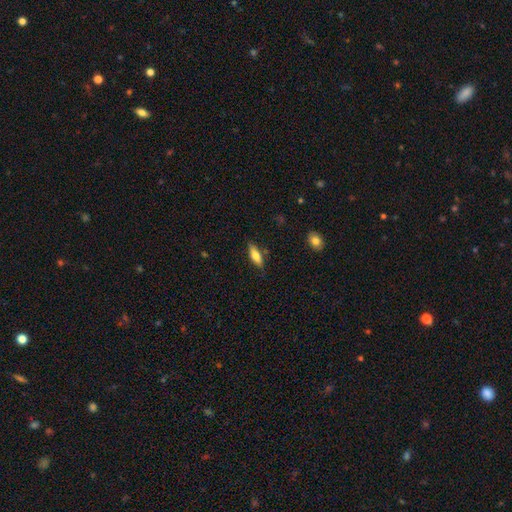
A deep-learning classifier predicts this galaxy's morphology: type=smooth (71%); roundness=in between (56%); merging=none (82%).